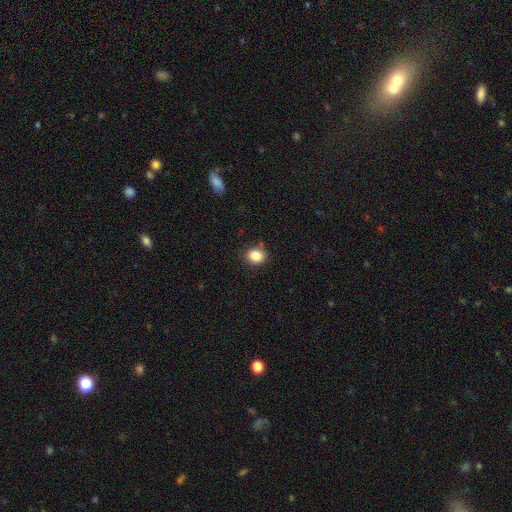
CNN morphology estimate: The model was most divided on "how rounded": round: 68%, in between: 31%, cigar-shaped: 1%. More confident: smooth or featured — smooth (85%); merging — none (84%).